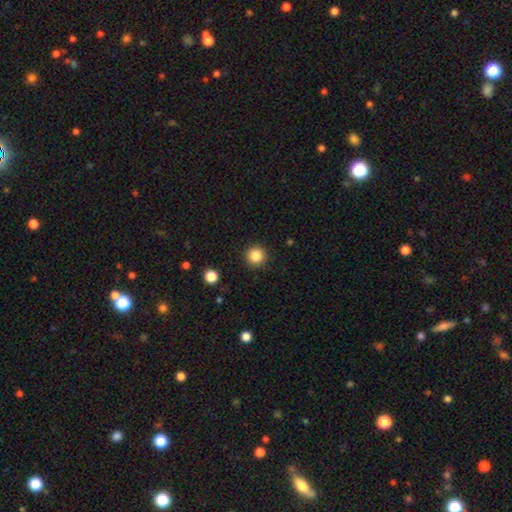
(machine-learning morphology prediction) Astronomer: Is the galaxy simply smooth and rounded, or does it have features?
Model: smooth — 85%.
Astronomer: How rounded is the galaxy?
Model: round — 96%.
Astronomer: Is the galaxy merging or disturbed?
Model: none — 92%.